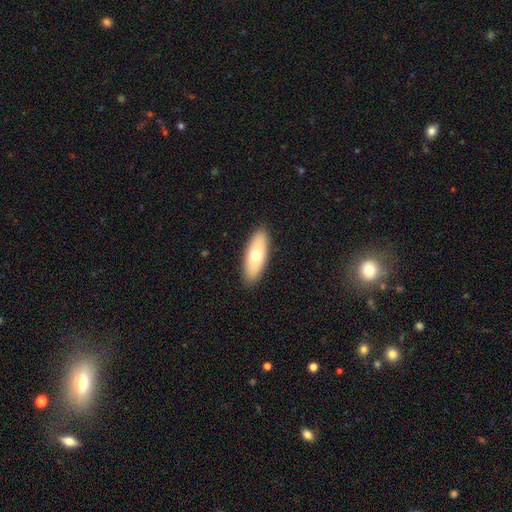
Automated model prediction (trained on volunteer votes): Smooth or featured?
  - smooth: 65% *
  - featured or disk: 29%
  - star or artifact: 6%
How rounded?
  - in between: 74% *
  - cigar-shaped: 23%
  - round: 3%
Merging?
  - none: 90% *
  - minor disturbance: 8%
  - major disturbance: 2%
  - merger: 1%